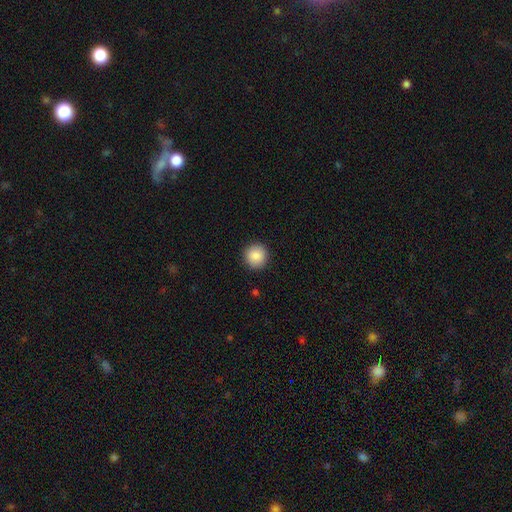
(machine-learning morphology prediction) smooth_or_featured: smooth (p=0.88) [alt: star or artifact p=0.08]
how_rounded: round (p=0.94) [alt: in between p=0.05]
merging: none (p=0.92) [alt: minor disturbance p=0.05]